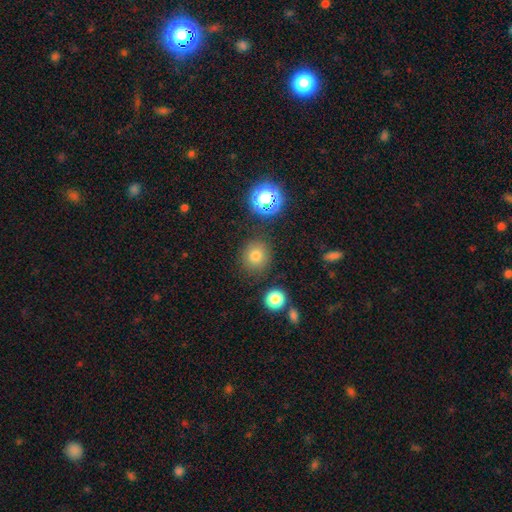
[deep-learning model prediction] A smooth galaxy with no disk features (76%) that is round (89%). Merging: none (86%).